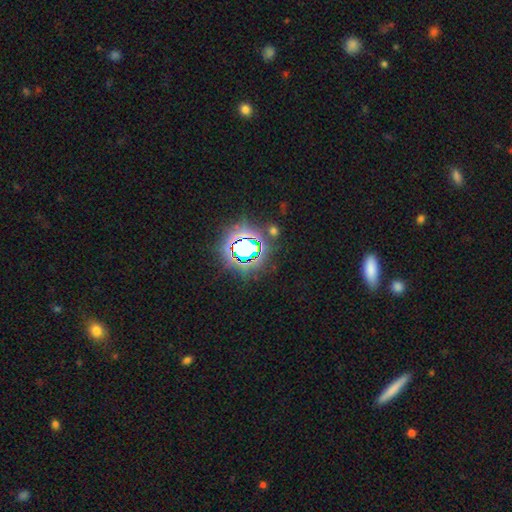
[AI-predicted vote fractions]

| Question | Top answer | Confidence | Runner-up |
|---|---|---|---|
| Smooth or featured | star or artifact | 69% | smooth (19%) |